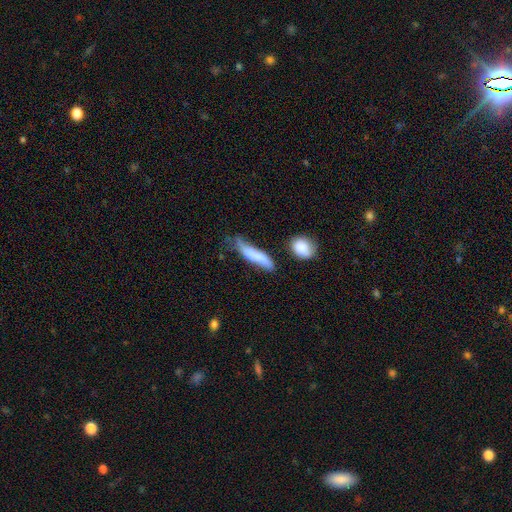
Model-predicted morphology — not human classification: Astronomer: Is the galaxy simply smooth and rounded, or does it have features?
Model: smooth — 68%.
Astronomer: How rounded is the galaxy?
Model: cigar-shaped — 77%.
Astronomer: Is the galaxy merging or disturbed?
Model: none — 40% (runner-up: minor disturbance, 32%).